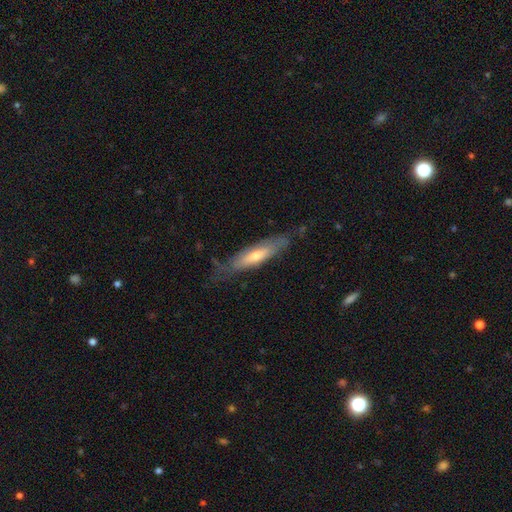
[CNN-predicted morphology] This is possibly a featured or disk galaxy (49%). Merging: likely none (66%).